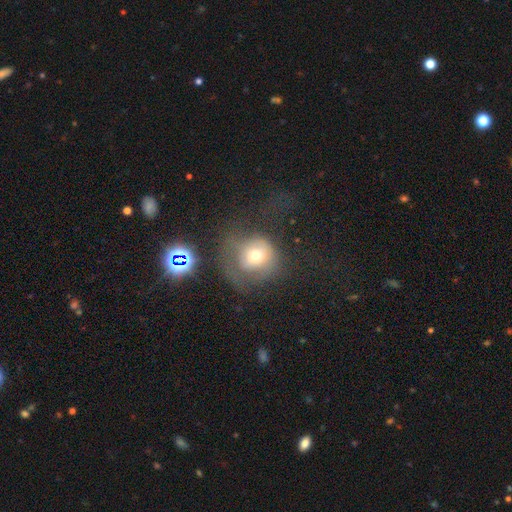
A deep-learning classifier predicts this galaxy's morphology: smooth_or_featured: smooth (p=0.60) [alt: featured or disk p=0.25]
how_rounded: round (p=0.83) [alt: in between p=0.16]
merging: major disturbance (p=0.47) [alt: none p=0.29]